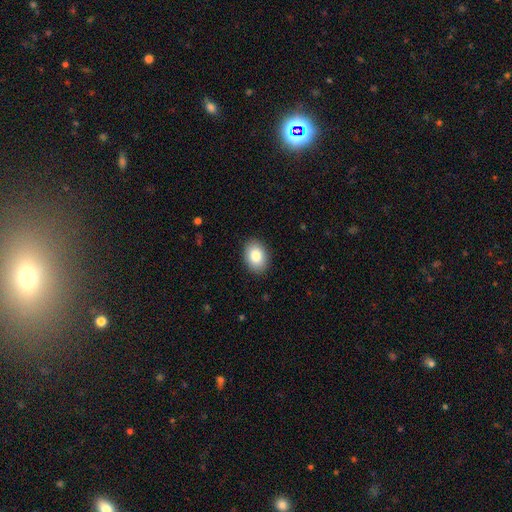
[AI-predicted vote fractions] Q: Smooth or featured?
A: smooth (84%); runner-up: featured or disk (8%)
Q: How rounded?
A: in between (78%); runner-up: round (21%)
Q: Merging?
A: none (89%); runner-up: minor disturbance (8%)